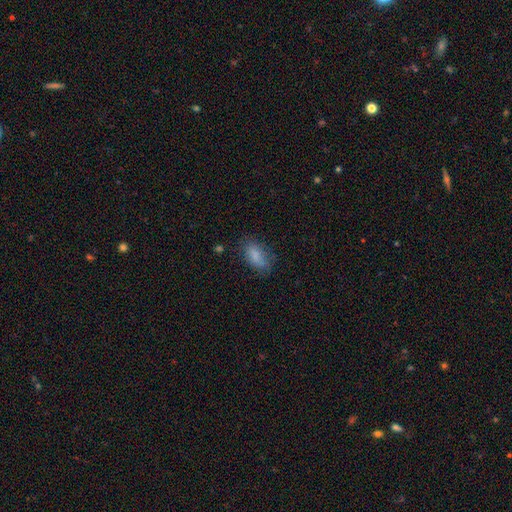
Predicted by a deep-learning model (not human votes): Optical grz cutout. It shows a smooth galaxy with no disk features (80%) that is in between round and cigar-shaped (88%). Merging: none (67%).